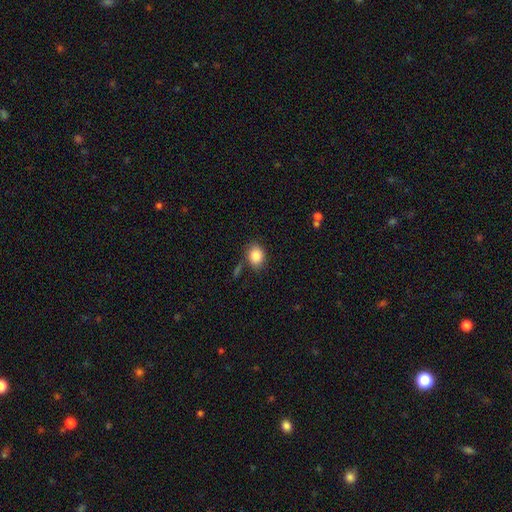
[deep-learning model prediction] A smooth galaxy with no disk features (86%) that is in between round and cigar-shaped (55%). Merging: none (71%).